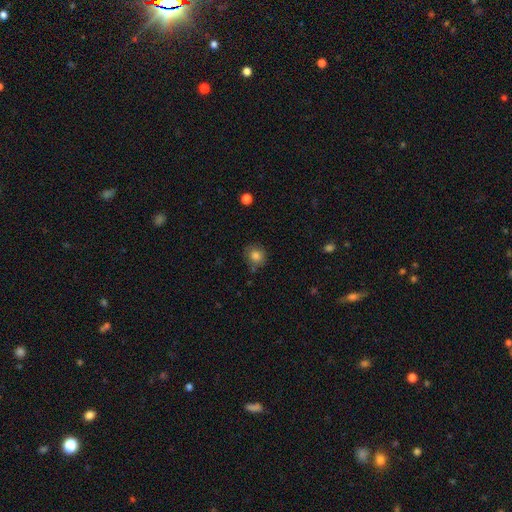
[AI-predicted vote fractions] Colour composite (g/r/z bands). It shows a smooth galaxy with no disk features (83%) that is round (79%). Merging: none (77%).